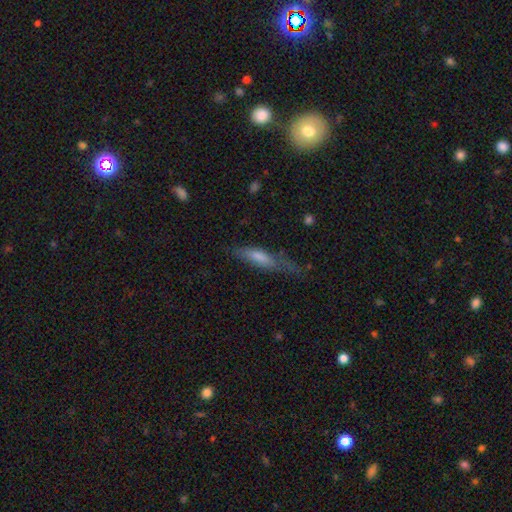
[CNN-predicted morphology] Smooth or featured?
  - smooth: 55% *
  - featured or disk: 35%
  - star or artifact: 11%
How rounded?
  - cigar-shaped: 76% *
  - in between: 22%
  - round: 2%
Merging?
  - none: 53% *
  - minor disturbance: 28%
  - major disturbance: 16%
  - merger: 3%